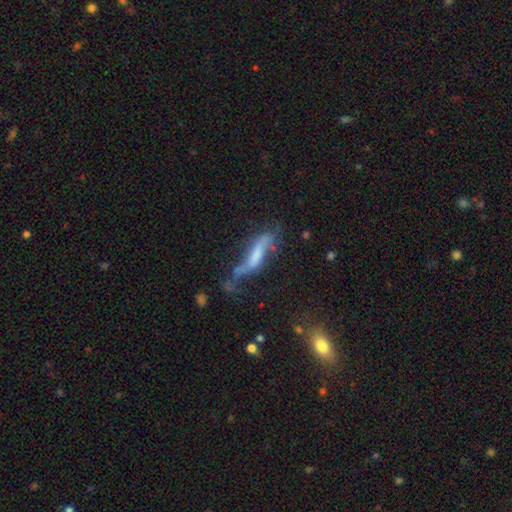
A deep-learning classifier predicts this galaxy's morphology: This is possibly a featured or disk galaxy (48%). Merging: marginally none (34%).